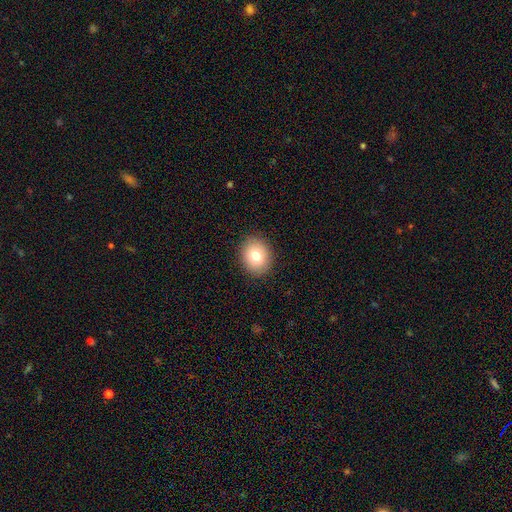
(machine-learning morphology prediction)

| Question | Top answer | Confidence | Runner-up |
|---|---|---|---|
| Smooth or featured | smooth | 79% | featured or disk (11%) |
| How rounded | round | 54% | in between (45%) |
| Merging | none | 90% | minor disturbance (7%) |